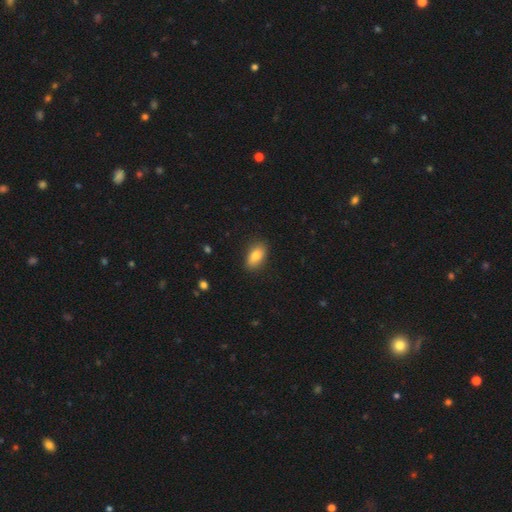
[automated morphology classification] Smooth or featured? smooth (81%)
How rounded? in between (89%)
Merging? none (86%)